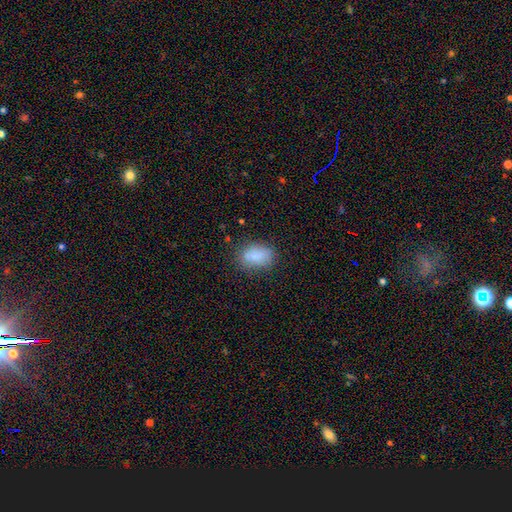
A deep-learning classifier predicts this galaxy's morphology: Smooth or featured? Predicted: smooth (p=0.84). How rounded? Predicted: in between (p=0.86). Merging? Predicted: none (p=0.74).